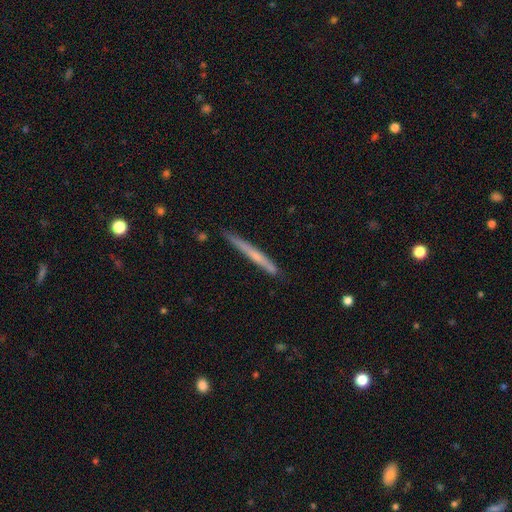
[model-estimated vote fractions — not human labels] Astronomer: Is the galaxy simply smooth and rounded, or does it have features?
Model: featured or disk — 48% (runner-up: smooth, 46%).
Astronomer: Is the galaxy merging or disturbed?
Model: none — 85%.